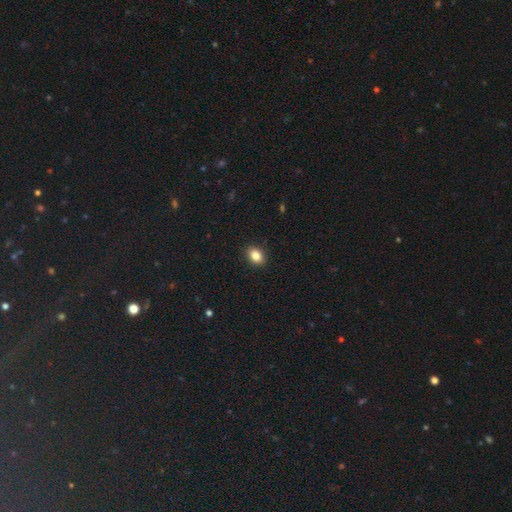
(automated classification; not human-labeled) Smooth or featured? Predicted: smooth (p=0.86). How rounded? Predicted: in between (p=0.69). Merging? Predicted: none (p=0.90).